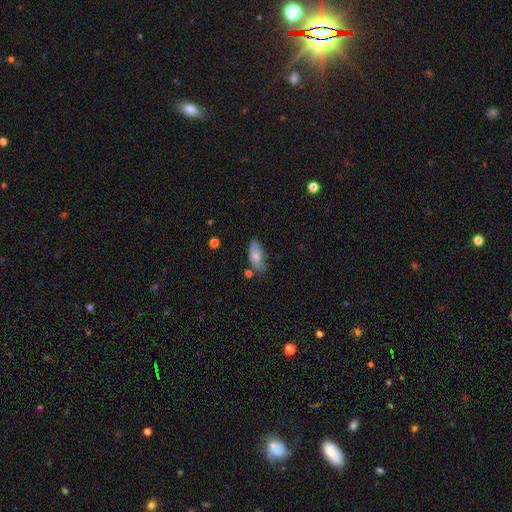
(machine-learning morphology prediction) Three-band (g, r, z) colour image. It shows a smooth galaxy with no disk features (66%) that is in between round and cigar-shaped (84%). Merging: none (54%).